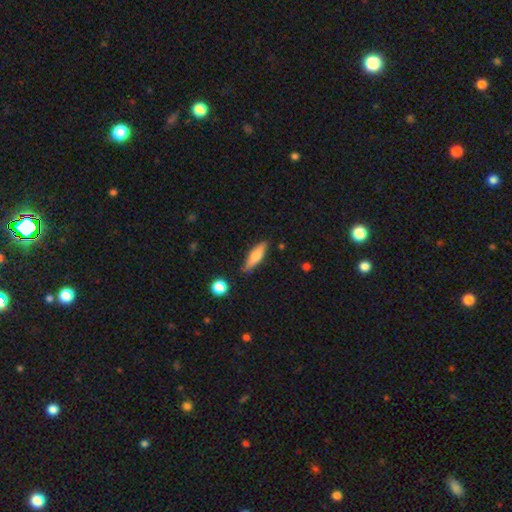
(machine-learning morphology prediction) type=smooth (59%); roundness=cigar-shaped (63%); merging=none (83%).